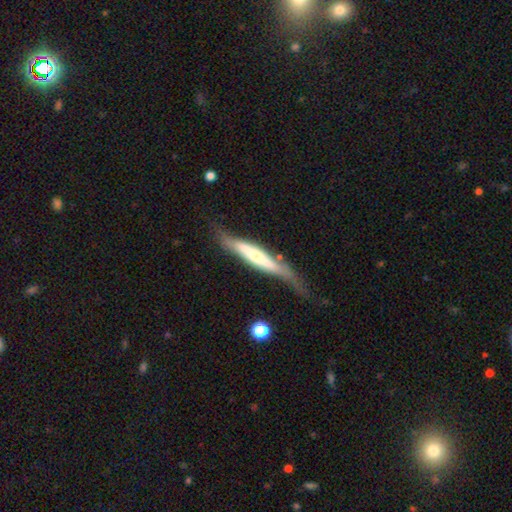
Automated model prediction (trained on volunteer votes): Smooth or featured: featured or disk — 65% (smooth — 29%)
Edge-on disk: yes — 82% (no — 18%)
Edge-on bulge: rounded — 45% (none — 33%)
Merging: none — 55% (minor disturbance — 30%)